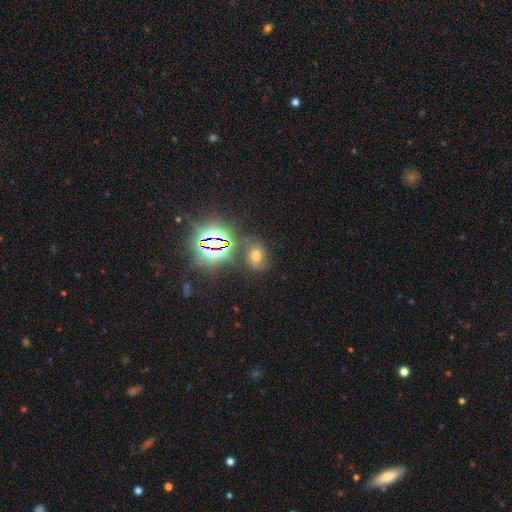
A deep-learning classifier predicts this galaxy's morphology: A smooth galaxy with no disk features (49%).

Vote fractions:
- Smooth or featured? smooth: 49% / star or artifact: 37% / featured or disk: 13%
- Merging? none: 73% / minor disturbance: 13% / merger: 8% / major disturbance: 6%